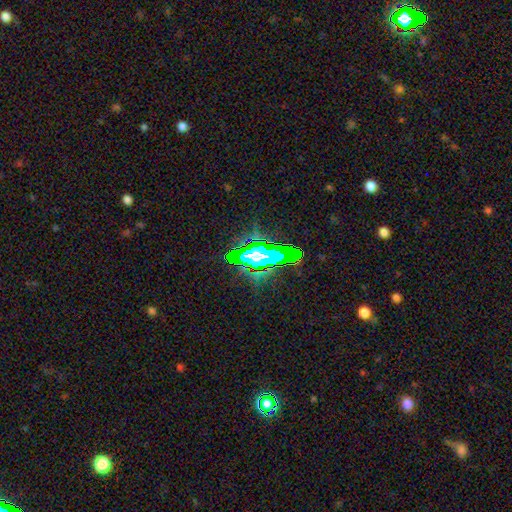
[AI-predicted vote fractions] star or artifact 57%, smooth 23%, featured or disk 20%.